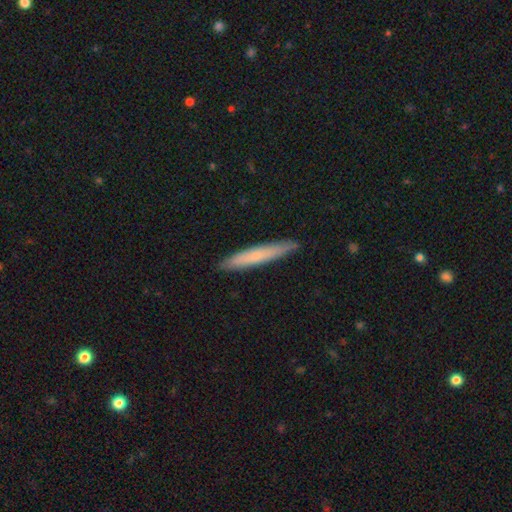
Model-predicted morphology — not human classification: type=smooth (64%); roundness=cigar-shaped (95%); merging=none (90%).